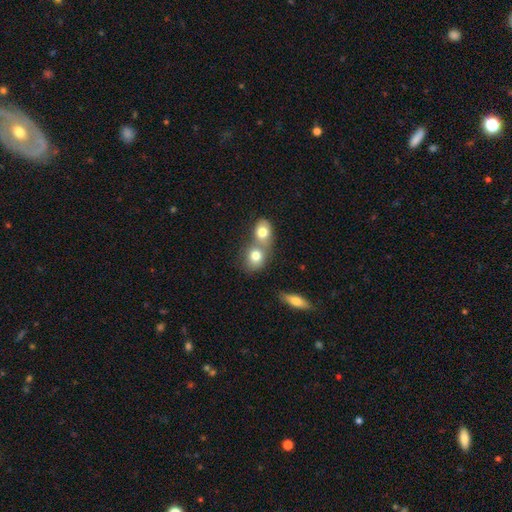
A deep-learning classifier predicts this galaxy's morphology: type=smooth (79%); roundness=round (61%); merging=merger (61%).